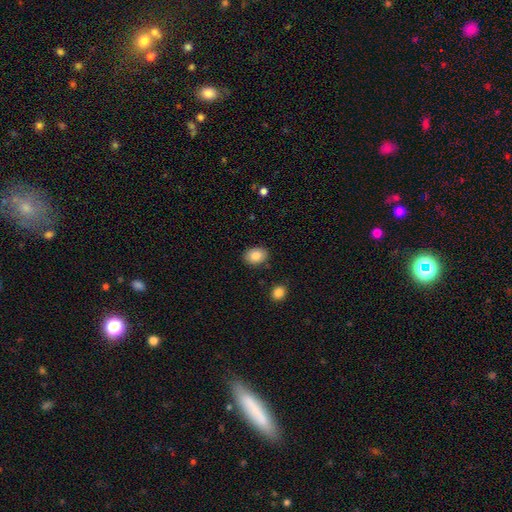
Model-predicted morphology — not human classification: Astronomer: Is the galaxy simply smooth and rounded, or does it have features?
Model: smooth — 83%.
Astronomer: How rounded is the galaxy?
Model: in between — 69%.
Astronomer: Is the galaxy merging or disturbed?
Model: none — 87%.